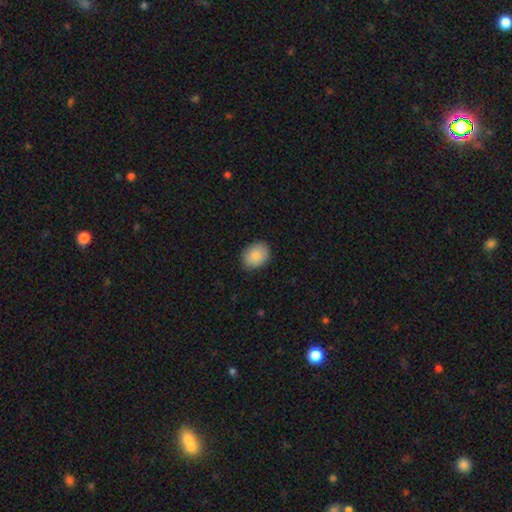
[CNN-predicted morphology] type=smooth (87%); roundness=in between (60%); merging=none (87%).